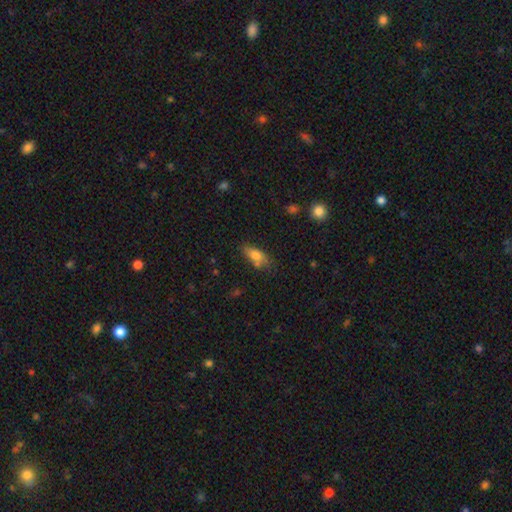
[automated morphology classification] smooth 74%, featured or disk 17%, star or artifact 9%. Down the decision tree: how rounded — in between (79%); merging — none (61%).